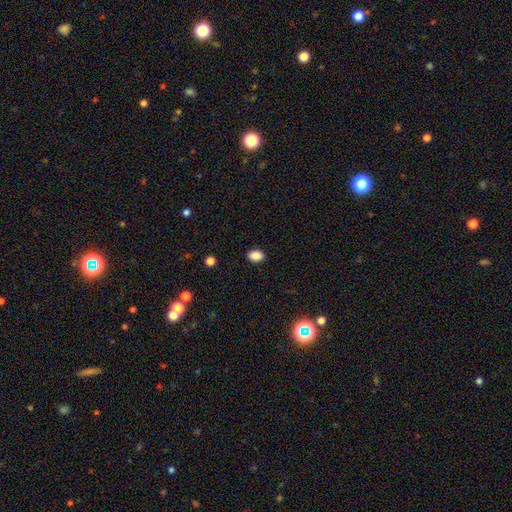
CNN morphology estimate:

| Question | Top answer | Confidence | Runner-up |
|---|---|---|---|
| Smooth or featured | smooth | 87% | star or artifact (10%) |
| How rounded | in between | 76% | round (23%) |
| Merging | none | 88% | minor disturbance (9%) |